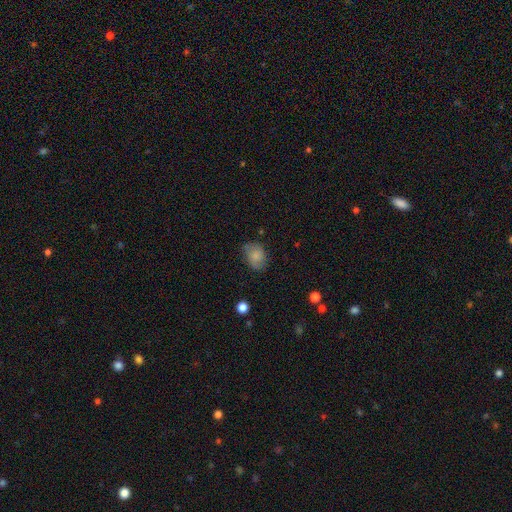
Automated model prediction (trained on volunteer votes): Smooth or featured: smooth — 80% (featured or disk — 12%)
How rounded: in between — 68% (round — 31%)
Merging: none — 69% (minor disturbance — 23%)